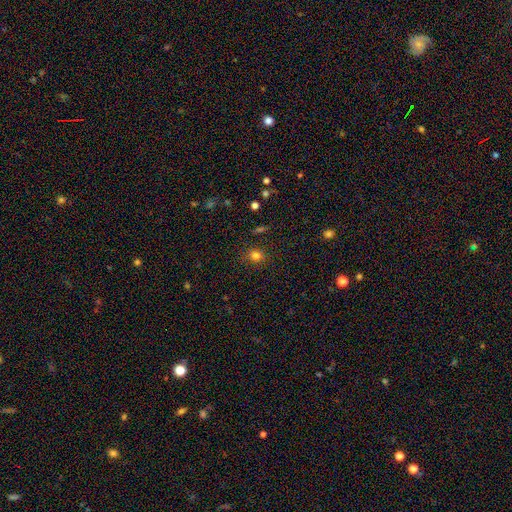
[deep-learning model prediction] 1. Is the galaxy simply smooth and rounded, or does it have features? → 79% smooth, 15% star or artifact, 6% featured or disk.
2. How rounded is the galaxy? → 71% round, 28% in between, 1% cigar-shaped.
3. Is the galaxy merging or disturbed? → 86% none, 10% minor disturbance, 3% major disturbance, 2% merger.